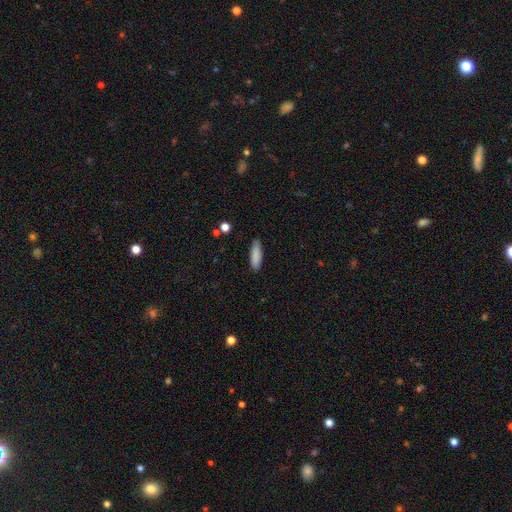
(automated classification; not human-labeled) smooth-or-featured: smooth: 87% | star or artifact: 7% | featured or disk: 7%
  how-rounded: cigar-shaped: 52% | in between: 46% | round: 2%
  merging: none: 86% | minor disturbance: 10% | major disturbance: 2% | merger: 1%